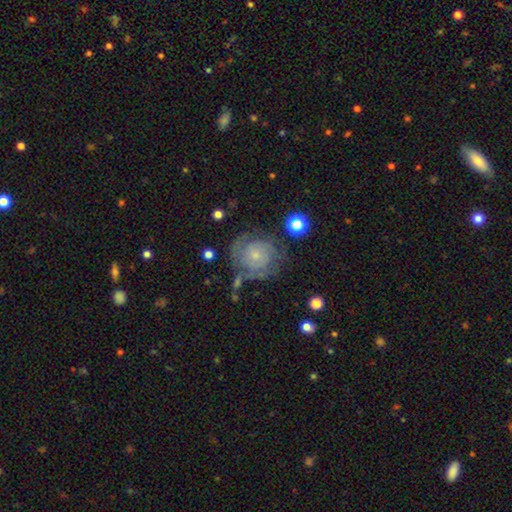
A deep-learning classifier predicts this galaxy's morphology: smooth-or-featured: featured or disk: 68% | smooth: 24% | star or artifact: 9%
  disk-edge-on: no: 98% | yes: 2%
    bar: no: 81% | weak: 16% | strong: 3%
    has-spiral-arms: yes: 84% | no: 16%
      spiral-winding: tight: 68% | medium: 23% | loose: 9%
      spiral-arm-count: can't tell: 45% | 2: 27% | 3: 12% | 1: 6% | 4: 6% | more than 4: 4%
    bulge-size: small: 72% | moderate: 18% | none: 6% | large: 2% | dominant: 1%
  merging: none: 59% | minor disturbance: 21% | major disturbance: 15% | merger: 4%